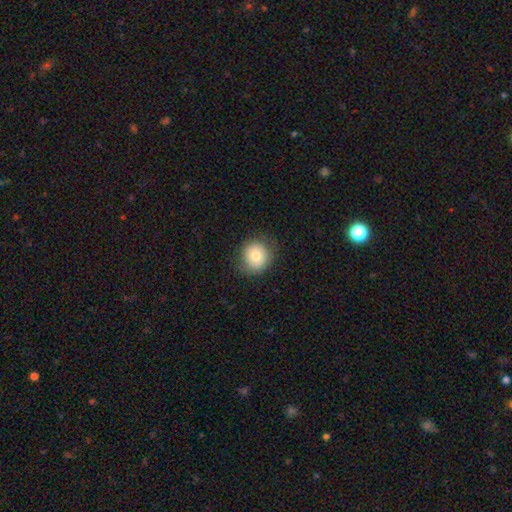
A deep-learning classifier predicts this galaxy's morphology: This is likely a smooth galaxy (77%). How rounded: clearly round (87%). Merging: clearly none (83%).